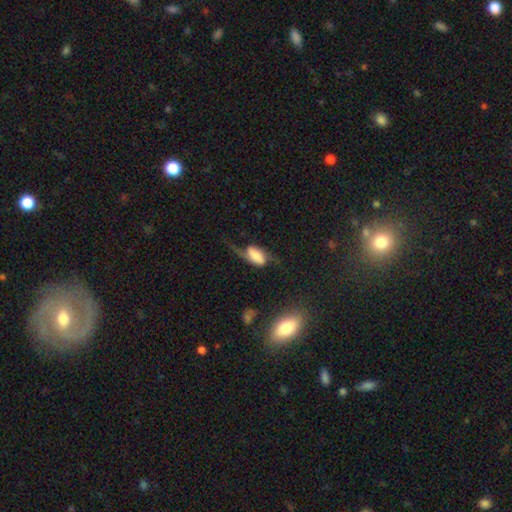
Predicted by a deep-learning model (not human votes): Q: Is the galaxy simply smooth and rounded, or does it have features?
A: featured or disk — 54%.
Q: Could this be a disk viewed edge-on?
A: no — 88%.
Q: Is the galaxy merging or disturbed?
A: none — 39%.